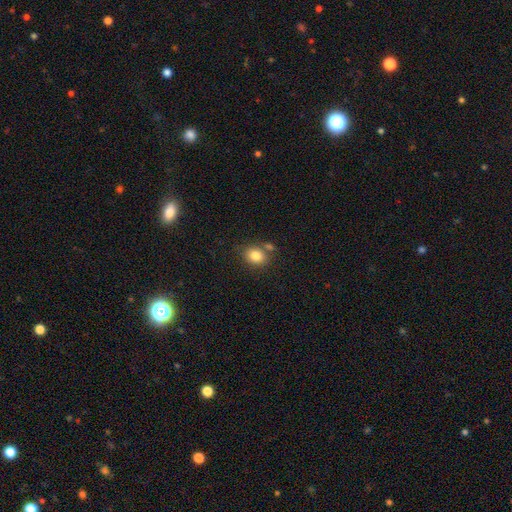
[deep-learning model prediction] Smooth or featured?
  - smooth: 83% *
  - star or artifact: 10%
  - featured or disk: 7%
How rounded?
  - round: 52% *
  - in between: 47%
  - cigar-shaped: 1%
Merging?
  - none: 67% *
  - merger: 17%
  - minor disturbance: 13%
  - major disturbance: 4%